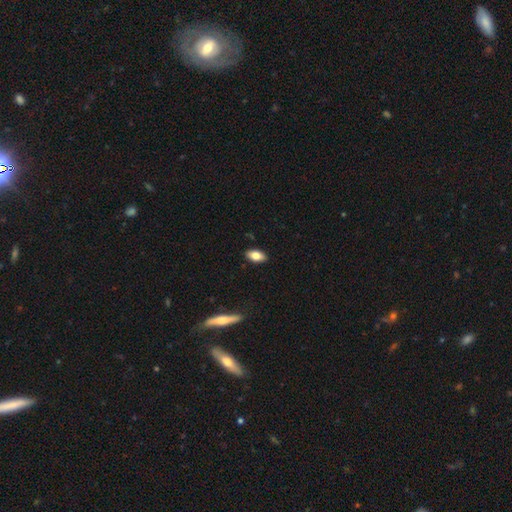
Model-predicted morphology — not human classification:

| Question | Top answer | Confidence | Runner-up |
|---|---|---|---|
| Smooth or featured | smooth | 79% | featured or disk (14%) |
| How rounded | in between | 91% | cigar-shaped (6%) |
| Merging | none | 89% | minor disturbance (8%) |